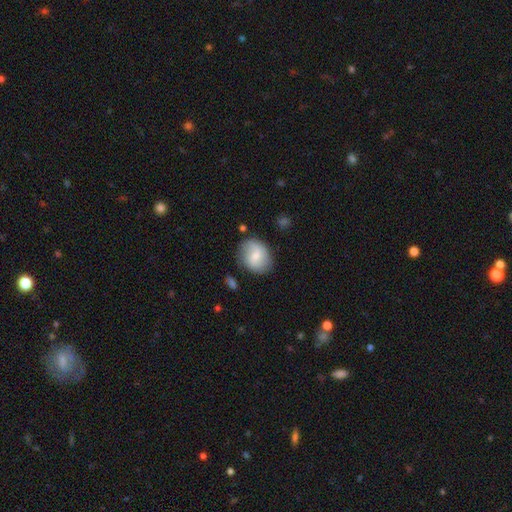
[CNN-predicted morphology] smooth-or-featured: smooth: 56% | featured or disk: 37% | star or artifact: 7%
  how-rounded: round: 57% | in between: 42% | cigar-shaped: 1%
  merging: none: 76% | minor disturbance: 17% | major disturbance: 5% | merger: 3%